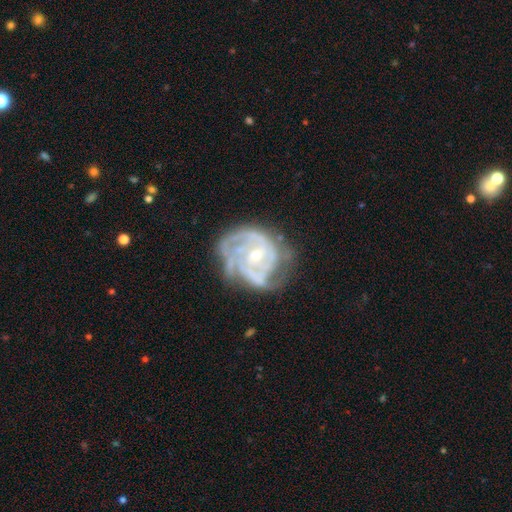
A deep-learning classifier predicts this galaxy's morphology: Smooth or featured: featured or disk — 89% (smooth — 6%)
Edge-on disk: no — 98% (yes — 2%)
Bar: no — 66% (weak — 27%)
Spiral arms: yes — 95% (no — 5%)
Spiral winding: tight — 63% (medium — 31%)
Spiral arm count: 3 — 31% (can't tell — 25%)
Bulge size: small — 67% (moderate — 30%)
Merging: none — 51% (minor disturbance — 27%)